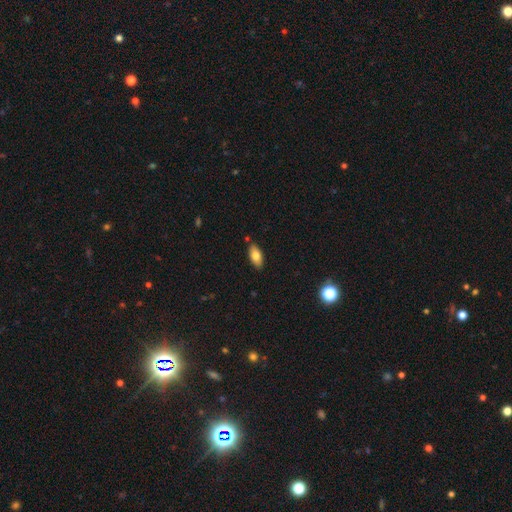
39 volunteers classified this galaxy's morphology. smooth_or_featured: smooth (p=0.77) [alt: featured or disk p=0.15]
how_rounded: in between (p=0.87) [alt: cigar-shaped p=0.13]
merging: none (p=0.83) [alt: minor disturbance p=0.08]